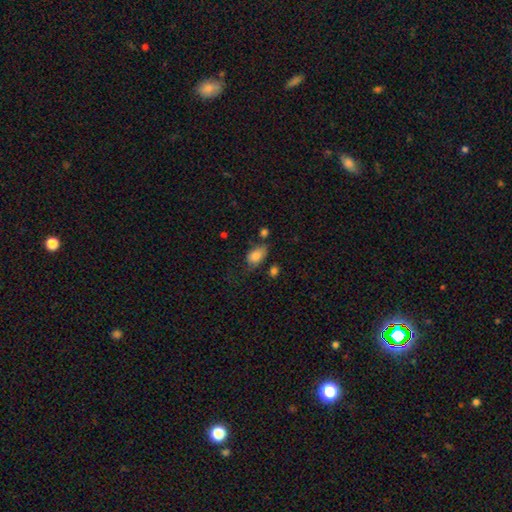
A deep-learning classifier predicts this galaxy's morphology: type=smooth (83%); roundness=in between (89%); merging=none (43%).